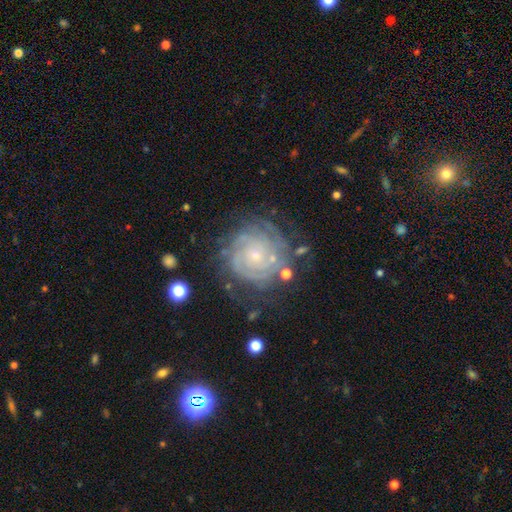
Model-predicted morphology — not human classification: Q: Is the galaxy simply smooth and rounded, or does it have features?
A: featured or disk — 84%.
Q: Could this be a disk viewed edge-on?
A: no — 98%.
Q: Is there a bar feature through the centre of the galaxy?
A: no — 82%.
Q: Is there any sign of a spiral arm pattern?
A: yes — 95%.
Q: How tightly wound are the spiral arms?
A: tight — 82%.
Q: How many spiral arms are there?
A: can't tell — 34%.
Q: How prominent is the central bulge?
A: small — 81%.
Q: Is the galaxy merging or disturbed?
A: none — 71%.